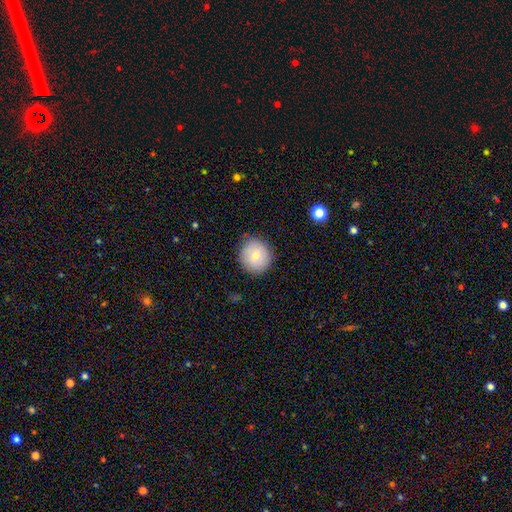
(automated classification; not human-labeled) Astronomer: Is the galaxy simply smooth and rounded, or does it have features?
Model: smooth — 75%.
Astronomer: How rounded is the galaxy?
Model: round — 90%.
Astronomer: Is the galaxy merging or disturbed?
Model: none — 85%.